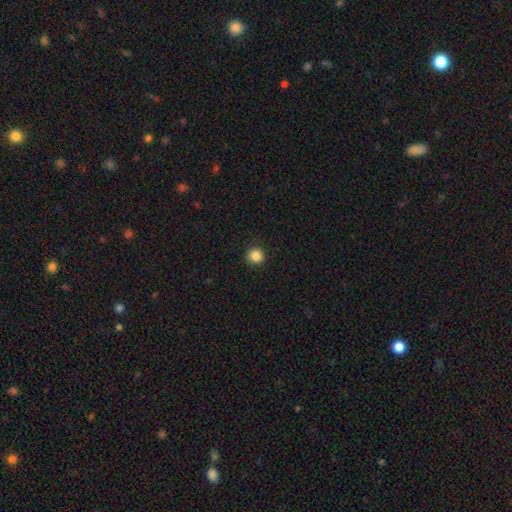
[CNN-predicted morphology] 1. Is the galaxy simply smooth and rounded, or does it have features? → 87% smooth, 10% star or artifact, 3% featured or disk.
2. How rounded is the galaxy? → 94% round, 5% in between, 1% cigar-shaped.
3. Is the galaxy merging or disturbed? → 92% none, 5% minor disturbance, 2% major disturbance, 1% merger.